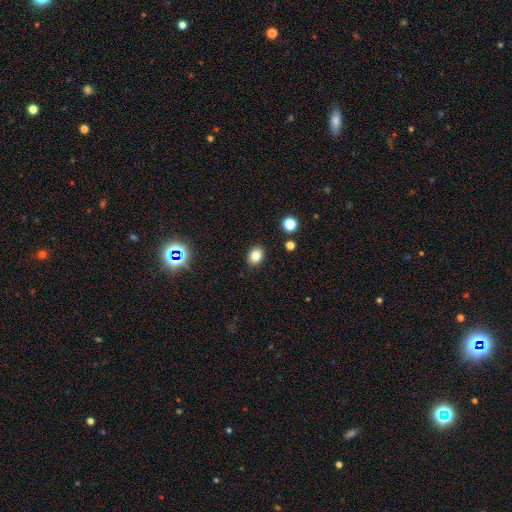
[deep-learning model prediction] Smooth or featured?
  - smooth: 82% *
  - star or artifact: 11%
  - featured or disk: 7%
How rounded?
  - in between: 57% *
  - round: 42%
  - cigar-shaped: 1%
Merging?
  - none: 89% *
  - minor disturbance: 7%
  - major disturbance: 2%
  - merger: 1%